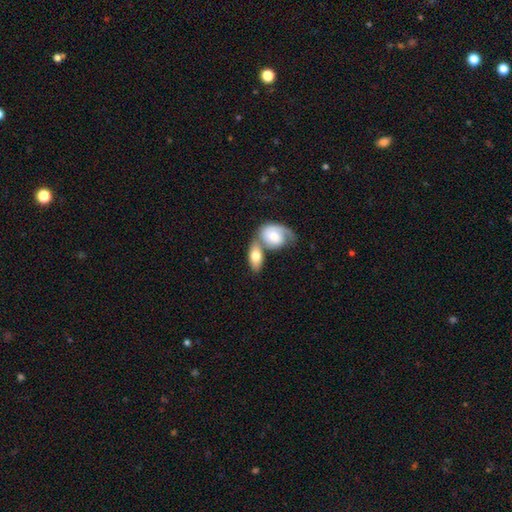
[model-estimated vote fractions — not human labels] The model was most divided on "merging": merger: 55%, none: 29%, minor disturbance: 10%, major disturbance: 6%. More confident: how rounded — in between (85%); smooth or featured — smooth (66%).